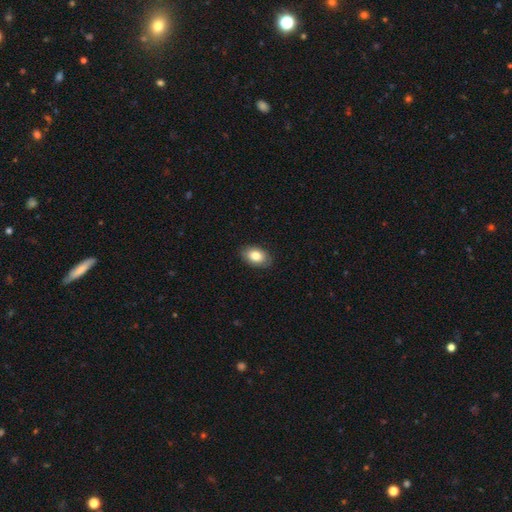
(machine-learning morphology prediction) A smooth galaxy with no disk features (81%) that is in between round and cigar-shaped (88%). Merging: none (86%).